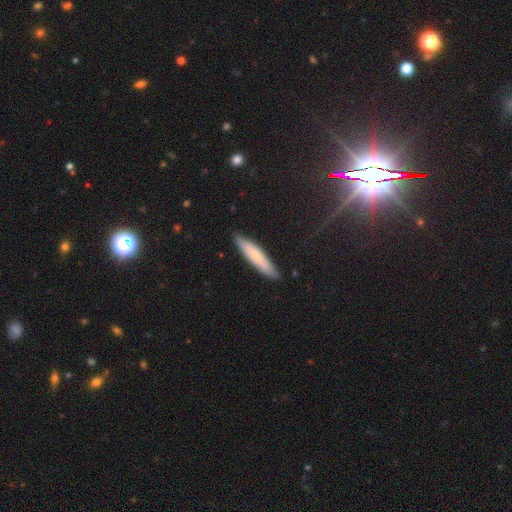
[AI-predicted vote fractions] This is likely a smooth galaxy (68%). How rounded: clearly cigar-shaped (85%). Merging: clearly none (86%).